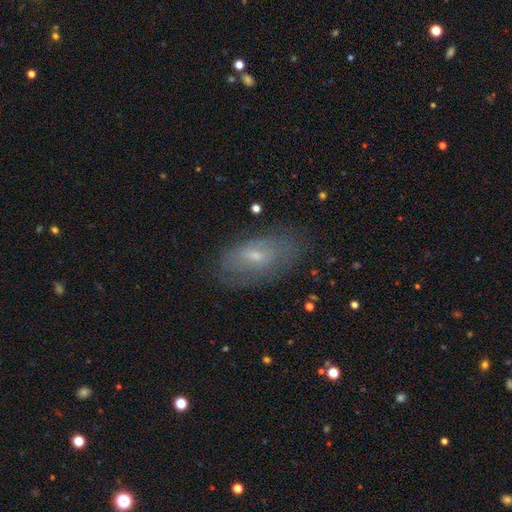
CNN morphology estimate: smooth_or_featured: featured or disk (p=0.49) [alt: smooth p=0.42]
merging: none (p=0.73) [alt: minor disturbance p=0.19]